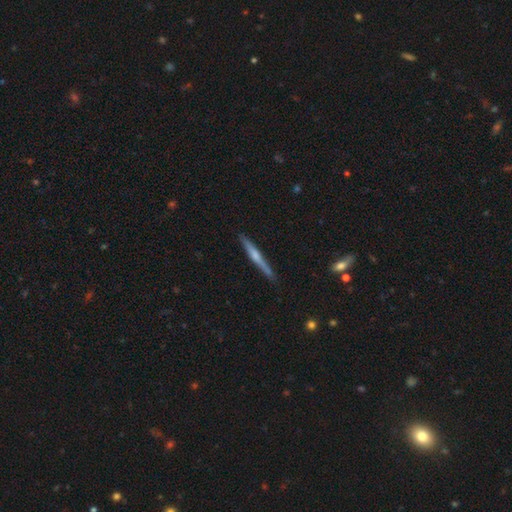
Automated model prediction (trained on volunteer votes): smooth-or-featured: featured or disk: 60% | smooth: 34% | star or artifact: 6%
  disk-edge-on: yes: 98% | no: 2%
    edge-on-bulge: rounded: 59% | none: 31% | boxy: 10%
  merging: none: 86% | minor disturbance: 10% | merger: 2% | major disturbance: 2%